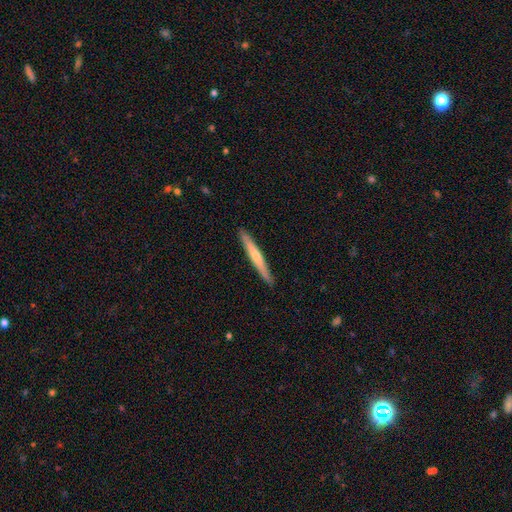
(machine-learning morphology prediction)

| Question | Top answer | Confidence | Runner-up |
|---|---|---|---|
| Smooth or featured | smooth | 49% | featured or disk (46%) |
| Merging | none | 91% | minor disturbance (7%) |